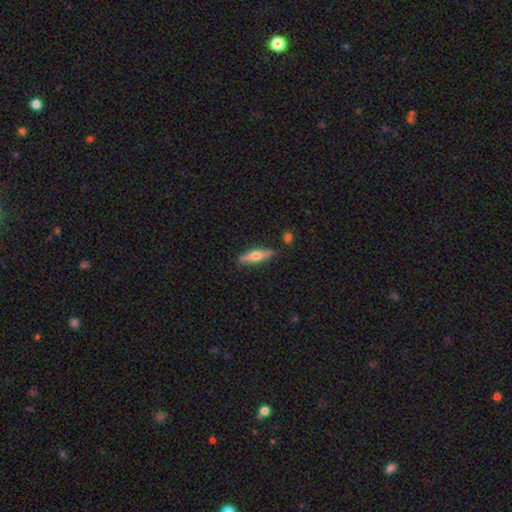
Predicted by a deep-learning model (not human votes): Smooth or featured? Predicted: smooth (p=0.48). Merging? Predicted: none (p=0.85).